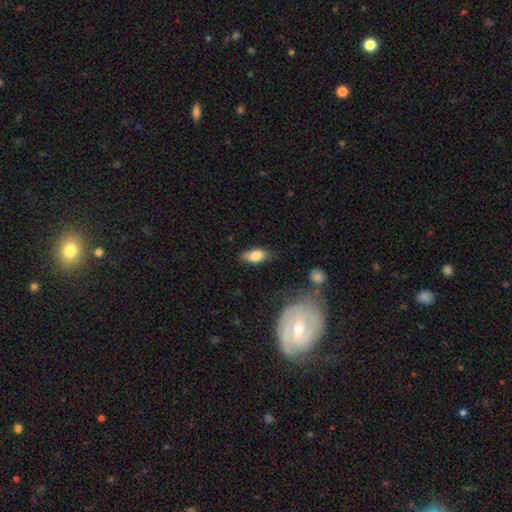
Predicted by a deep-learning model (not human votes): This is clearly a smooth galaxy (84%). How rounded: clearly in between (91%). Merging: likely none (73%).